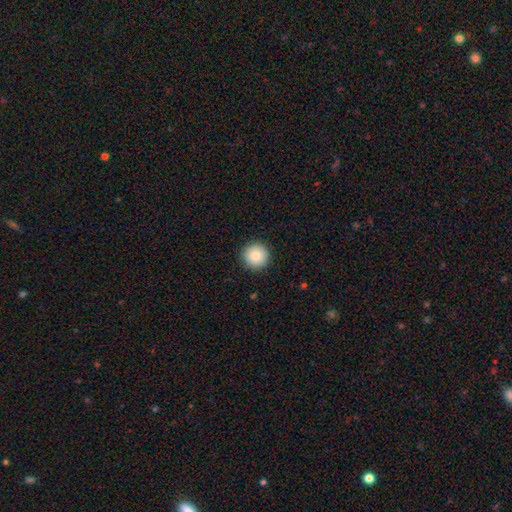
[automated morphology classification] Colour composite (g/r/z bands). It shows a smooth galaxy with no disk features (86%) that is round (96%). Merging: none (92%).